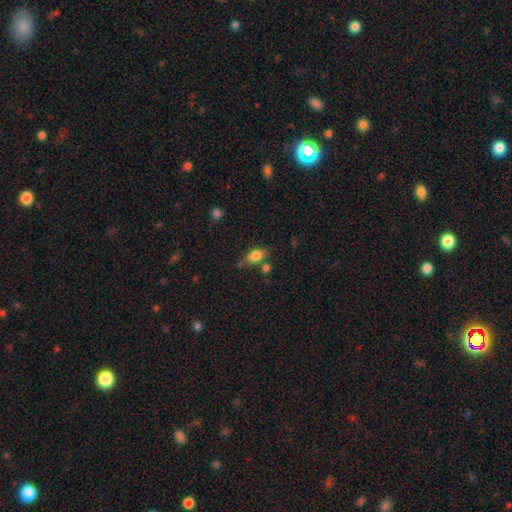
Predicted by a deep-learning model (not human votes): smooth-or-featured: smooth: 82% | star or artifact: 9% | featured or disk: 9%
  how-rounded: in between: 80% | round: 17% | cigar-shaped: 3%
  merging: none: 64% | minor disturbance: 19% | merger: 12% | major disturbance: 5%